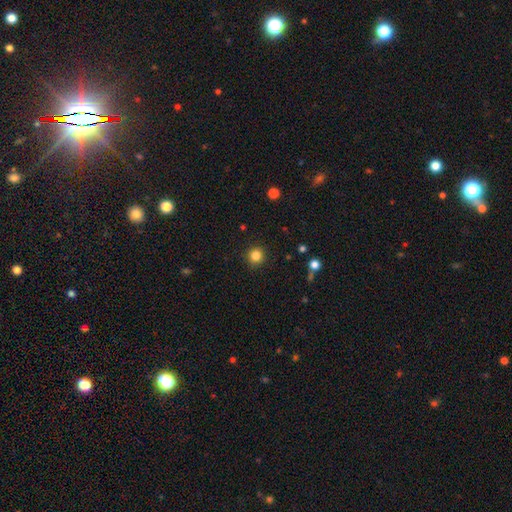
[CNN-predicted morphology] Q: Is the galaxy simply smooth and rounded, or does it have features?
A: smooth — 83%.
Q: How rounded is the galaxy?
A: round — 93%.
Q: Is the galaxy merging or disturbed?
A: none — 91%.